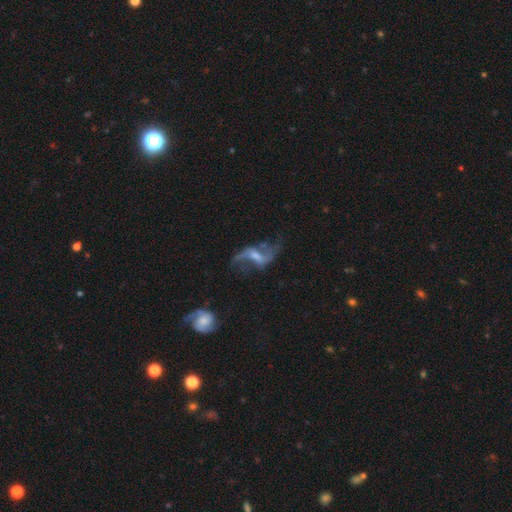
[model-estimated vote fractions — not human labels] This is clearly a featured or disk galaxy (84%). It is clearly not viewed edge-on (94%). Bar: possibly weak (50%). Spiral arm pattern: clearly yes (92%). Spiral arm count: clearly 2 (89%). Spiral winding: clearly loose (83%). Central bulge: marginally small (39%, tied with moderate). Merging: possibly none (58%).